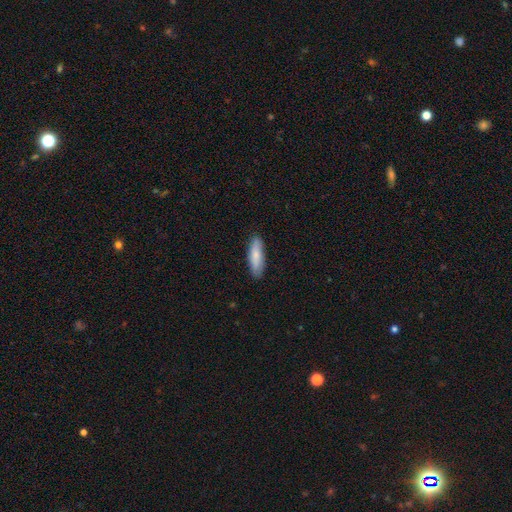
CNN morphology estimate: A smooth galaxy with no disk features (80%) that is cigar-shaped (54%). Merging: none (87%).